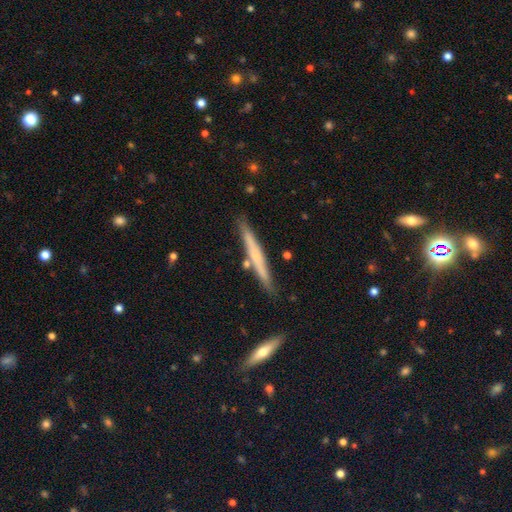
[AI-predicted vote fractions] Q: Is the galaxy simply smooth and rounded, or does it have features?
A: featured or disk — 52%.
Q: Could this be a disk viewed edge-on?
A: yes — 96%.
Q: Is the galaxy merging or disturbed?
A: none — 83%.